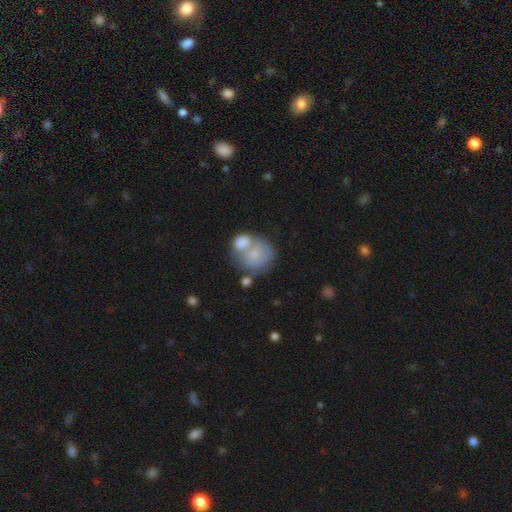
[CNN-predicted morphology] This is likely a smooth galaxy (66%). How rounded: likely round (63%). Merging: possibly merger (55%).